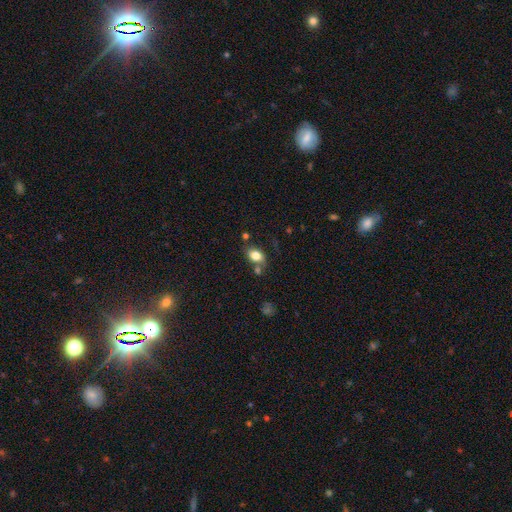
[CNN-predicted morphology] type=smooth (80%); roundness=in between (82%); merging=none (63%).